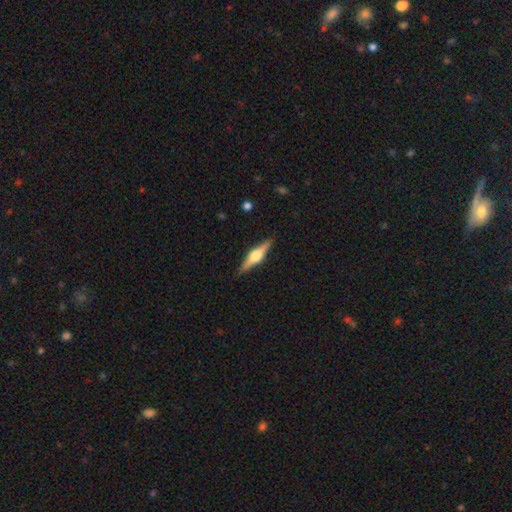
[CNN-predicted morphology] This is likely a featured or disk galaxy (76%). It is clearly viewed edge-on (98%). Edge-on bulge: clearly rounded (93%). Merging: clearly none (90%).